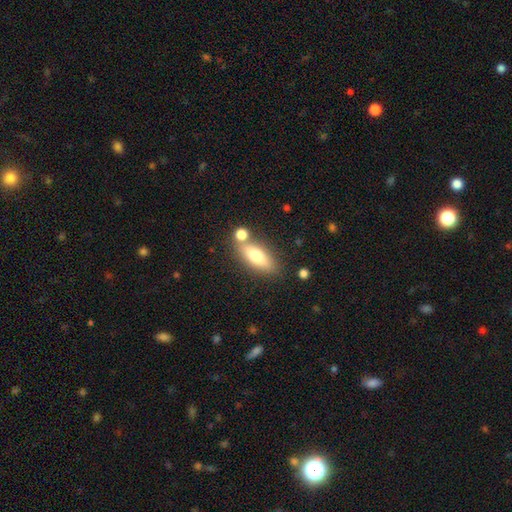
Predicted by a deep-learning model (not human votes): smooth_or_featured: smooth (p=0.69) [alt: featured or disk p=0.24]
how_rounded: in between (p=0.66) [alt: cigar-shaped p=0.30]
merging: none (p=0.66) [alt: merger p=0.17]